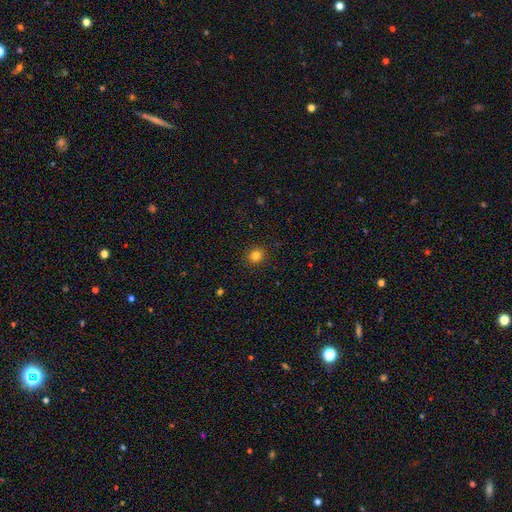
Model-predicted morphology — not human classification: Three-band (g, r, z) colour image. It shows a smooth galaxy with no disk features (82%) that is round (84%). Merging: none (91%).